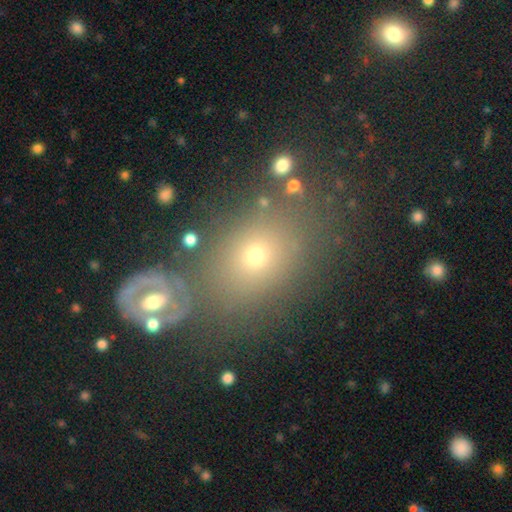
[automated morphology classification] Smooth or featured: smooth — 62% (featured or disk — 23%)
How rounded: in between — 58% (round — 41%)
Merging: none — 62% (merger — 18%)